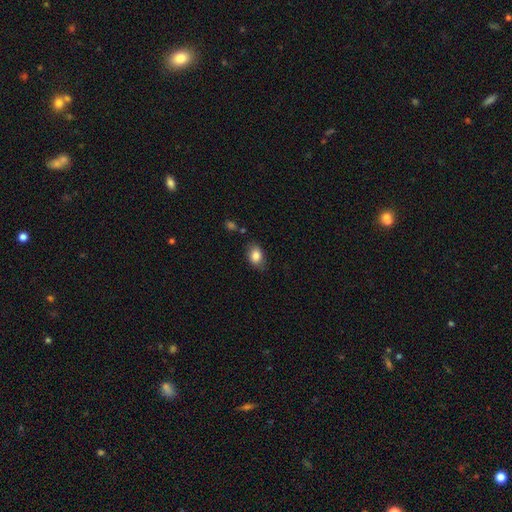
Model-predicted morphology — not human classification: Smooth or featured?
  - smooth: 84% *
  - star or artifact: 8%
  - featured or disk: 8%
How rounded?
  - in between: 79% *
  - round: 20%
  - cigar-shaped: 1%
Merging?
  - none: 75% *
  - minor disturbance: 18%
  - major disturbance: 4%
  - merger: 3%